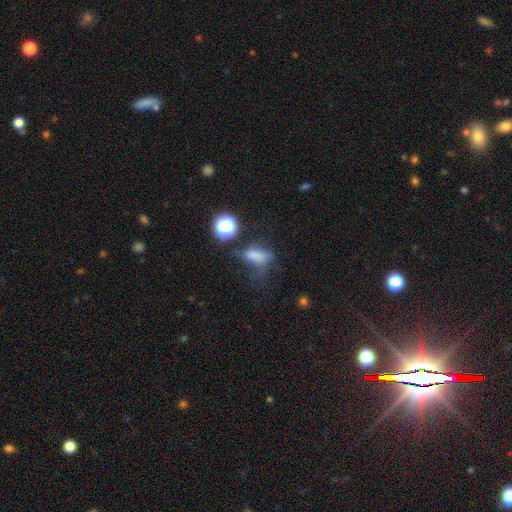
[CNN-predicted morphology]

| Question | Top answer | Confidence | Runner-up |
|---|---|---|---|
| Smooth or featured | smooth | 63% | star or artifact (19%) |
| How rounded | in between | 73% | round (16%) |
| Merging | major disturbance | 34% | none (32%) |